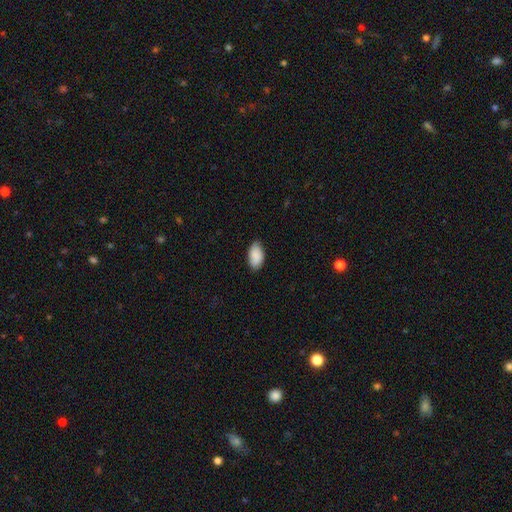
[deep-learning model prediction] smooth_or_featured: smooth (p=0.87) [alt: featured or disk p=0.07]
how_rounded: in between (p=0.95) [alt: round p=0.03]
merging: none (p=0.79) [alt: minor disturbance p=0.17]